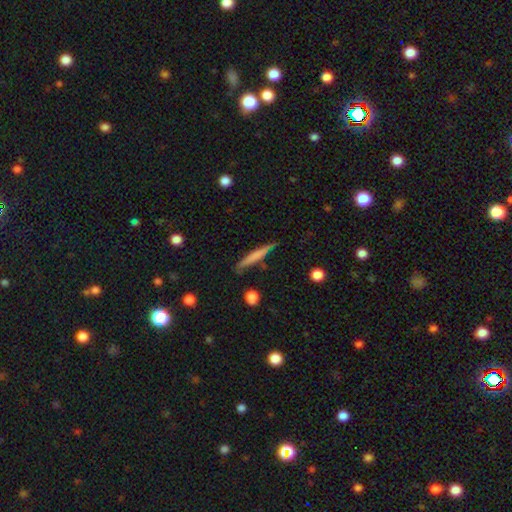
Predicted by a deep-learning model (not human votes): smooth-or-featured: smooth: 60% | featured or disk: 34% | star or artifact: 6%
  how-rounded: cigar-shaped: 94% | in between: 5% | round: 2%
  merging: none: 79% | minor disturbance: 15% | major disturbance: 3% | merger: 3%